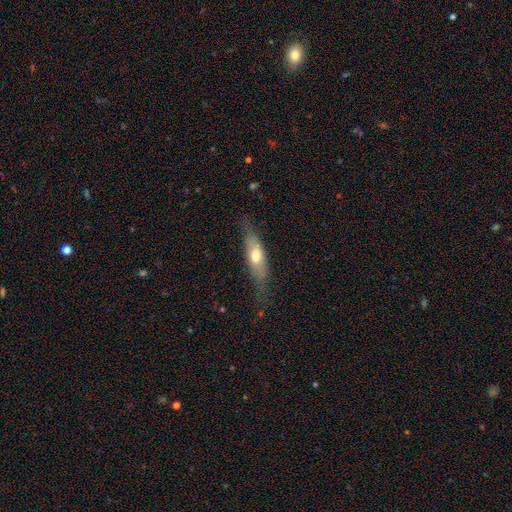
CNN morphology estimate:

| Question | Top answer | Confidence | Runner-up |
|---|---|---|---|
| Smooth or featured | smooth | 53% | featured or disk (41%) |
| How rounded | cigar-shaped | 60% | in between (37%) |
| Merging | none | 69% | minor disturbance (22%) |